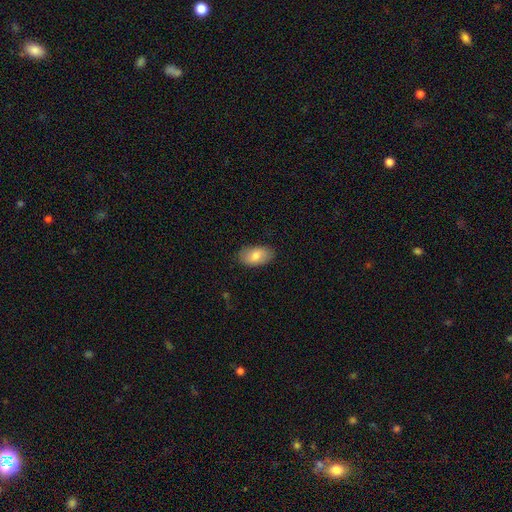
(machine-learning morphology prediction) type=smooth (80%); roundness=in between (94%); merging=none (83%).